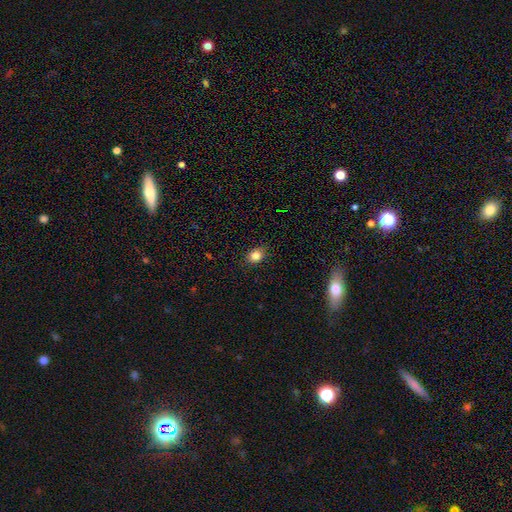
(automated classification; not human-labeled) The model was most divided on "how rounded": in between: 50%, round: 49%, cigar-shaped: 1%. More confident: merging — none (87%); smooth or featured — smooth (83%).